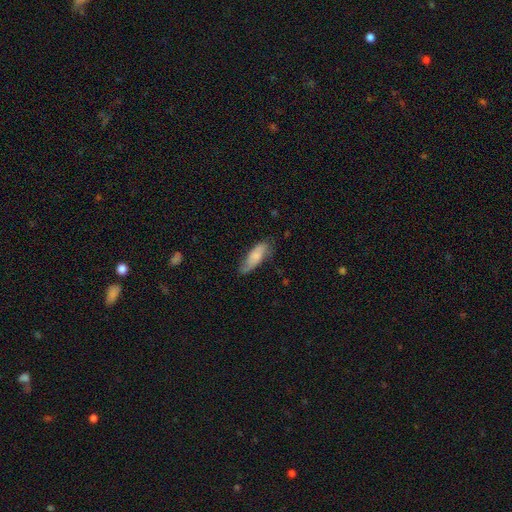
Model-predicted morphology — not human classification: Overall: smooth (74%). How rounded: in between (63%; cigar-shaped 35%). Merging: none (61%; minor disturbance 30%).